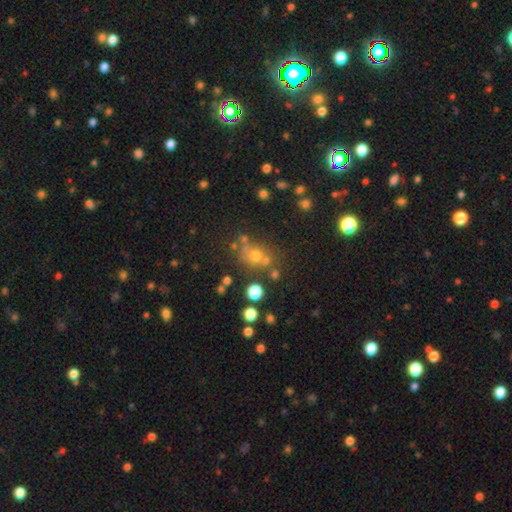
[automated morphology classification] Smooth or featured? smooth (43%)
Merging? none (67%)